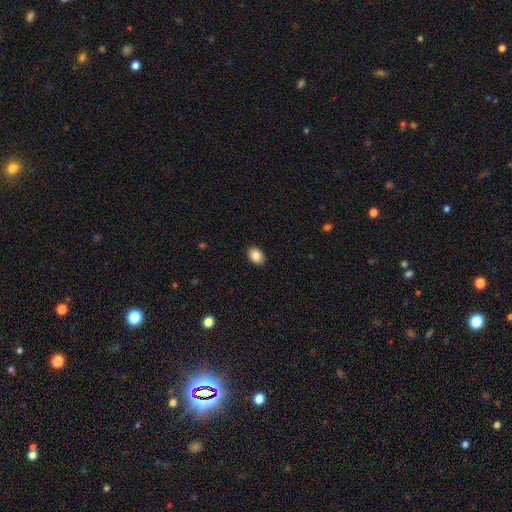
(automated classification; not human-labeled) The model was most divided on "how rounded": in between: 73%, round: 26%, cigar-shaped: 1%. More confident: merging — none (90%); smooth or featured — smooth (88%).